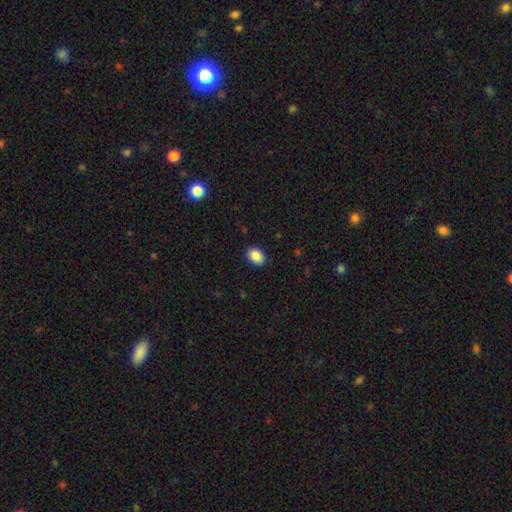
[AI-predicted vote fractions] The model was most divided on "how rounded": in between: 75%, round: 24%, cigar-shaped: 1%. More confident: merging — none (90%); smooth or featured — smooth (87%).